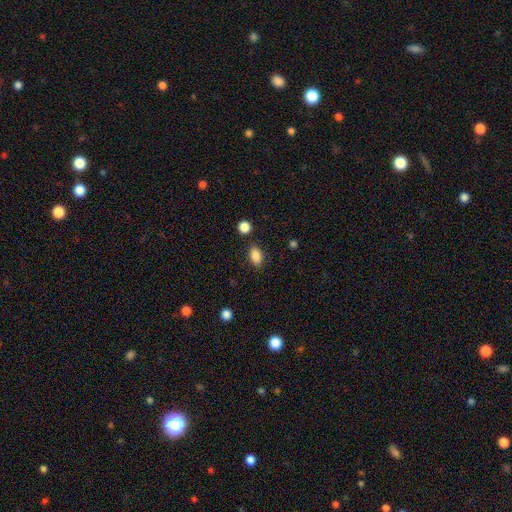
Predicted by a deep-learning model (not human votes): Q: Smooth or featured?
A: smooth (86%); runner-up: star or artifact (9%)
Q: How rounded?
A: in between (85%); runner-up: round (12%)
Q: Merging?
A: none (82%); runner-up: minor disturbance (12%)